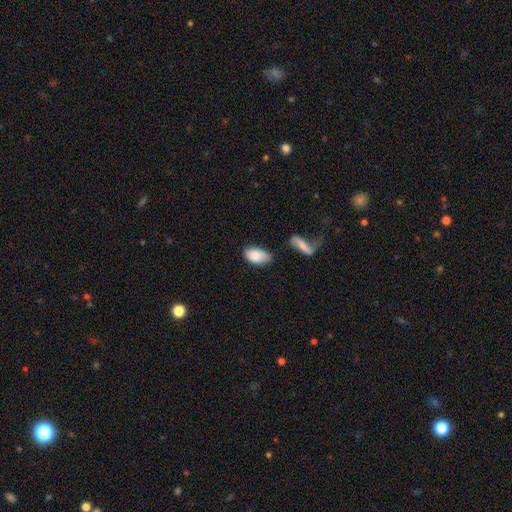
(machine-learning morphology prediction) This is clearly a smooth galaxy (85%). How rounded: clearly in between (94%). Merging: possibly none (53%).